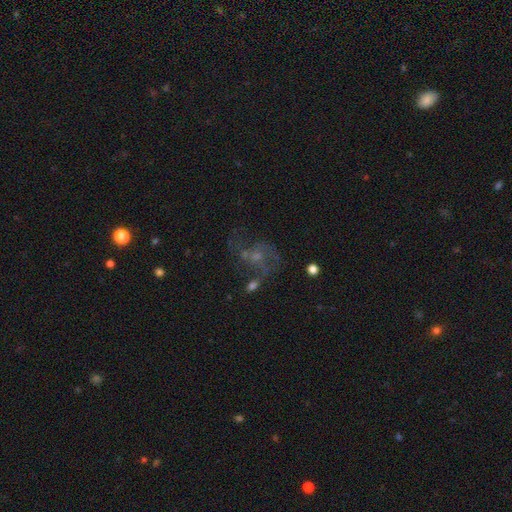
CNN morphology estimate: smooth-or-featured: featured or disk: 60% | smooth: 21% | star or artifact: 19%
  disk-edge-on: no: 97% | yes: 3%
    bar: no: 72% | weak: 24% | strong: 4%
    has-spiral-arms: yes: 67% | no: 33%
    bulge-size: small: 48% | moderate: 28% | none: 19% | large: 3% | dominant: 2%
  merging: none: 39% | major disturbance: 30% | minor disturbance: 16% | merger: 15%